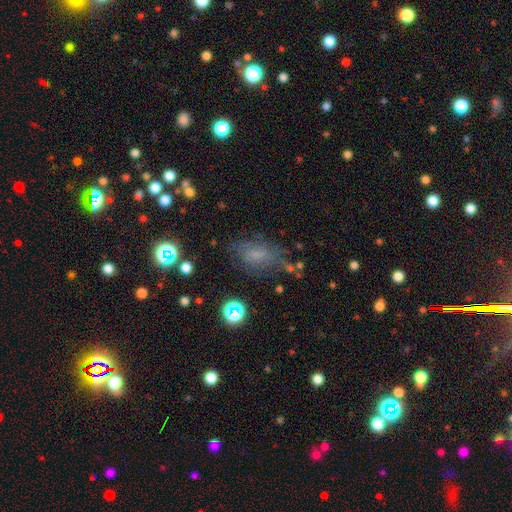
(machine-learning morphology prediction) Smooth or featured?
  - smooth: 48% *
  - featured or disk: 31%
  - star or artifact: 21%
Merging?
  - none: 59% *
  - minor disturbance: 23%
  - major disturbance: 13%
  - merger: 4%